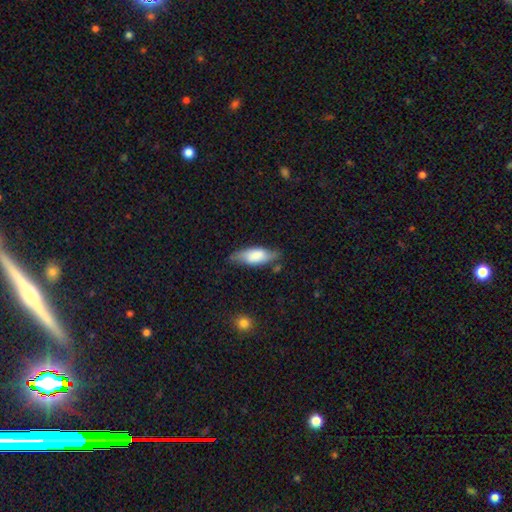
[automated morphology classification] A smooth galaxy with no disk features (67%) that is in between round and cigar-shaped (72%). Merging: none (66%).